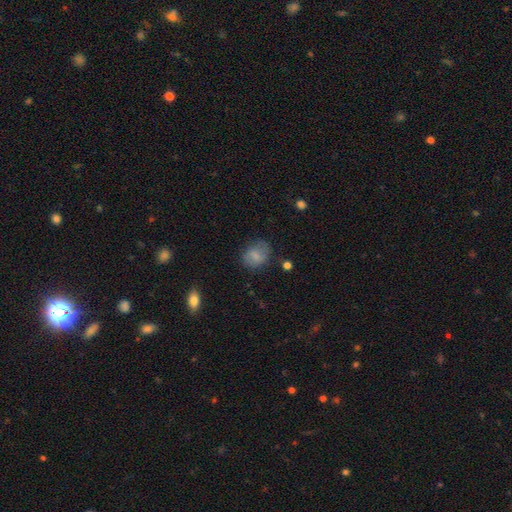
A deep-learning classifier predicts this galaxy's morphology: Smooth or featured? Predicted: smooth (p=0.70). How rounded? Predicted: round (p=0.50). Merging? Predicted: none (p=0.68).